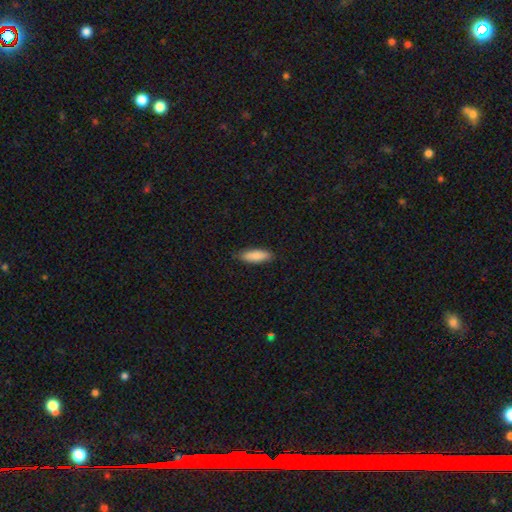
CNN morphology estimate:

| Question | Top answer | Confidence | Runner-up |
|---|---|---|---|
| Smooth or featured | smooth | 87% | featured or disk (7%) |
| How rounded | in between | 54% | cigar-shaped (45%) |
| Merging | none | 85% | minor disturbance (12%) |